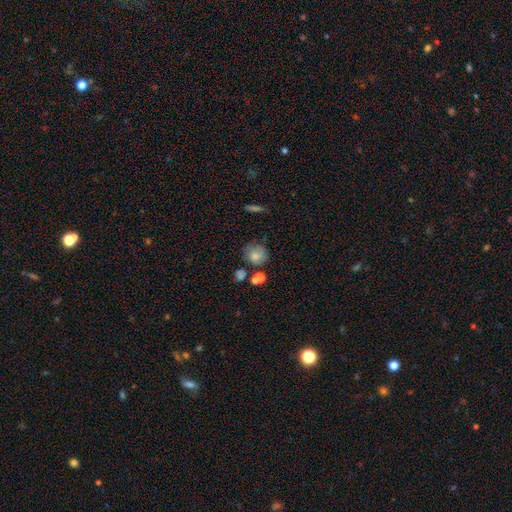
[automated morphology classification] Smooth or featured: smooth — 72% (featured or disk — 16%)
How rounded: round — 80% (in between — 19%)
Merging: none — 54% (minor disturbance — 22%)